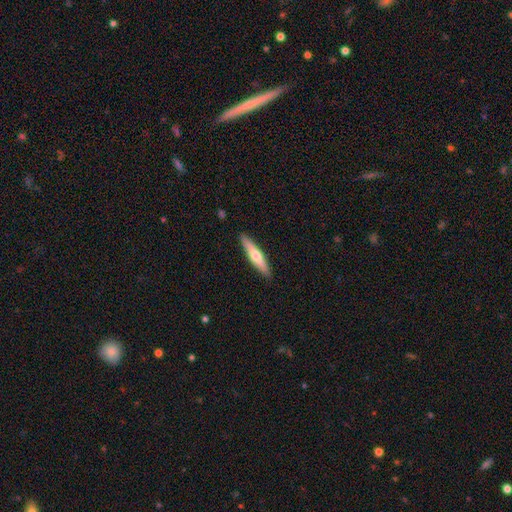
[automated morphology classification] This is possibly a smooth galaxy (50%). How rounded: clearly cigar-shaped (84%). Merging: clearly none (90%).